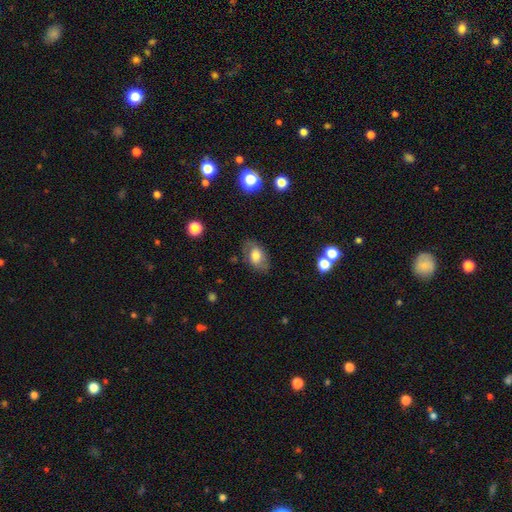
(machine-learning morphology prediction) Q: Smooth or featured?
A: smooth (62%); runner-up: featured or disk (29%)
Q: How rounded?
A: in between (86%); runner-up: round (13%)
Q: Merging?
A: none (72%); runner-up: minor disturbance (19%)